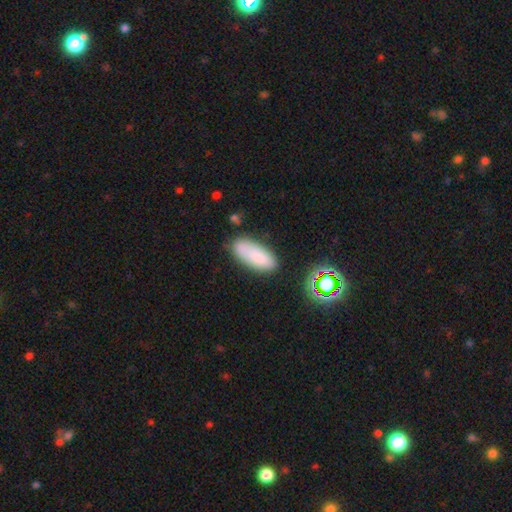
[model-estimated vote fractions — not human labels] A smooth galaxy with no disk features (81%) that is in between round and cigar-shaped (79%). Merging: none (72%).